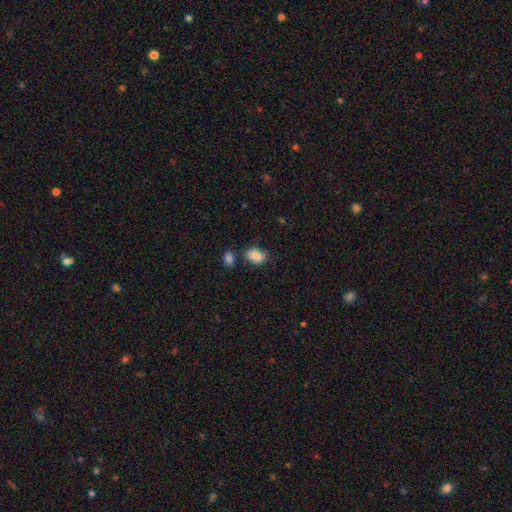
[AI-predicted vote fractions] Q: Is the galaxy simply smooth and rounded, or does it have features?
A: smooth — 86%.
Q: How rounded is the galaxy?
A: in between — 83%.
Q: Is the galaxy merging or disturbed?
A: none — 68%.